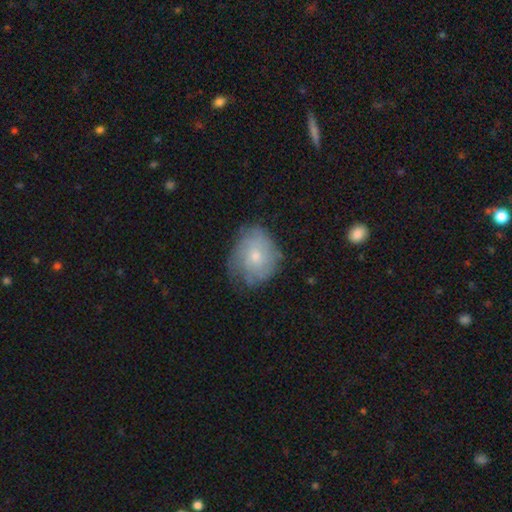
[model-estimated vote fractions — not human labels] Smooth or featured?
  - featured or disk: 48% *
  - smooth: 44%
  - star or artifact: 8%
Merging?
  - none: 60% *
  - minor disturbance: 28%
  - major disturbance: 10%
  - merger: 1%